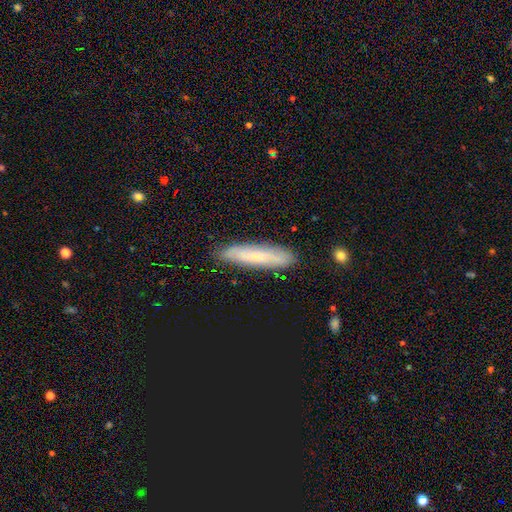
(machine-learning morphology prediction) smooth-or-featured: smooth: 59% | featured or disk: 32% | star or artifact: 8%
  how-rounded: cigar-shaped: 86% | in between: 12% | round: 1%
  merging: none: 87% | minor disturbance: 10% | major disturbance: 2% | merger: 1%